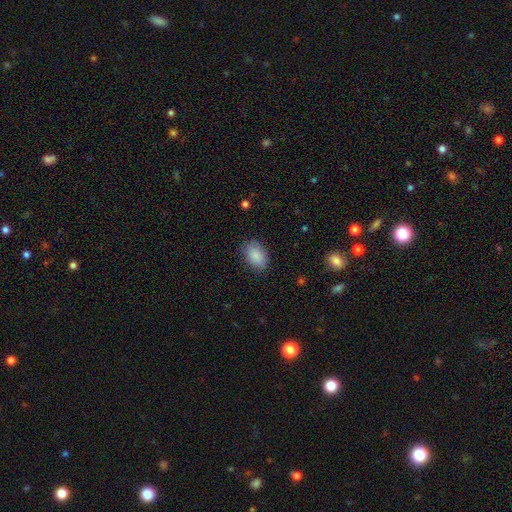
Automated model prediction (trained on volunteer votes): Smooth or featured?
  - smooth: 88% *
  - star or artifact: 7%
  - featured or disk: 5%
How rounded?
  - in between: 85% *
  - round: 13%
  - cigar-shaped: 1%
Merging?
  - none: 80% *
  - minor disturbance: 15%
  - major disturbance: 4%
  - merger: 1%